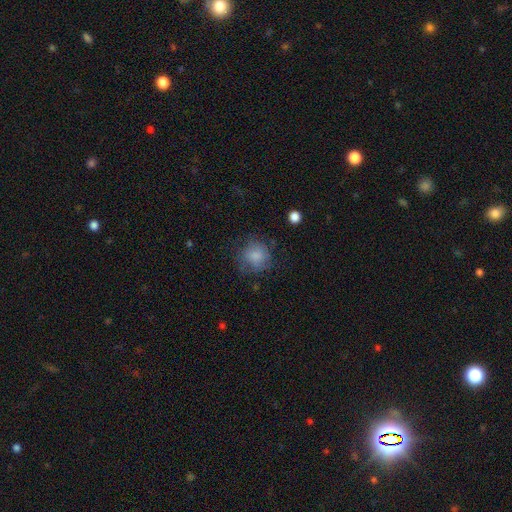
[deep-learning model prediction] smooth_or_featured: smooth (p=0.79) [alt: featured or disk p=0.12]
how_rounded: round (p=0.85) [alt: in between p=0.14]
merging: none (p=0.63) [alt: minor disturbance p=0.23]